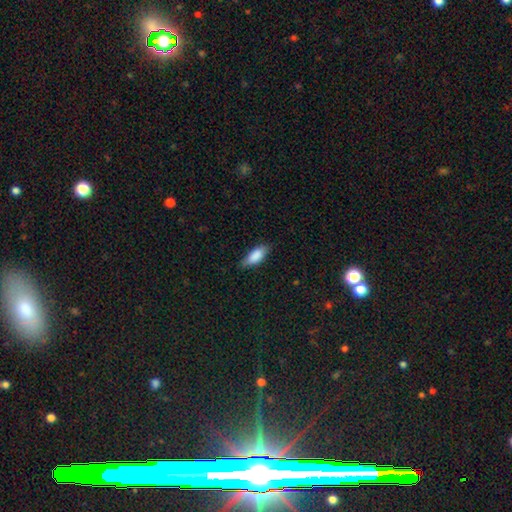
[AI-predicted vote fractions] smooth-or-featured: smooth: 86% | featured or disk: 8% | star or artifact: 6%
  how-rounded: in between: 74% | cigar-shaped: 23% | round: 2%
  merging: none: 77% | minor disturbance: 19% | major disturbance: 3% | merger: 1%